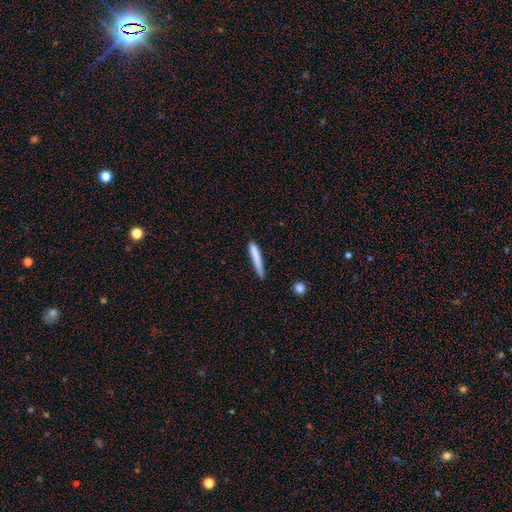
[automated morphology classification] This is likely a smooth galaxy (79%). How rounded: clearly cigar-shaped (94%). Merging: likely none (76%).